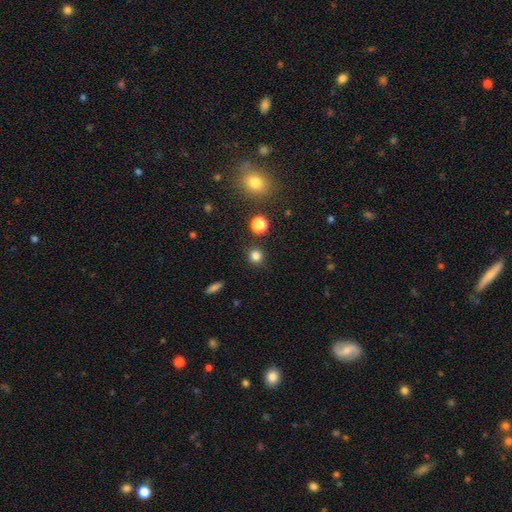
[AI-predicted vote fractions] Overall: smooth (81%). How rounded: round (89%). Merging: none (89%).